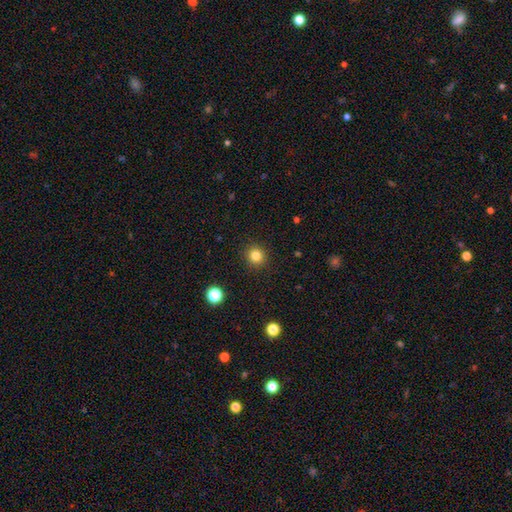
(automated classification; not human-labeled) Overall: smooth (82%). How rounded: round (93%). Merging: none (92%).